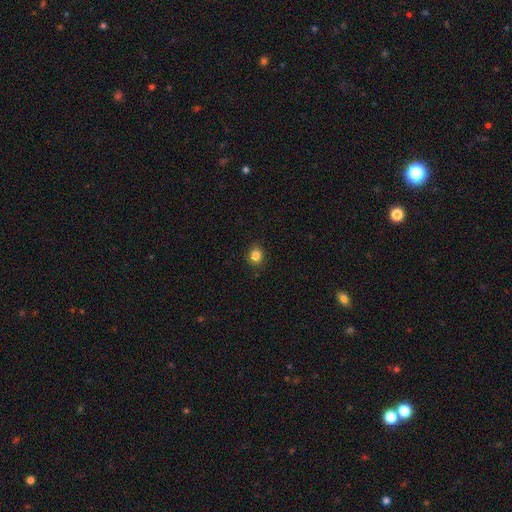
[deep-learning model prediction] Morphology: type=smooth (85%); roundness=round (71%); merging=none (87%).